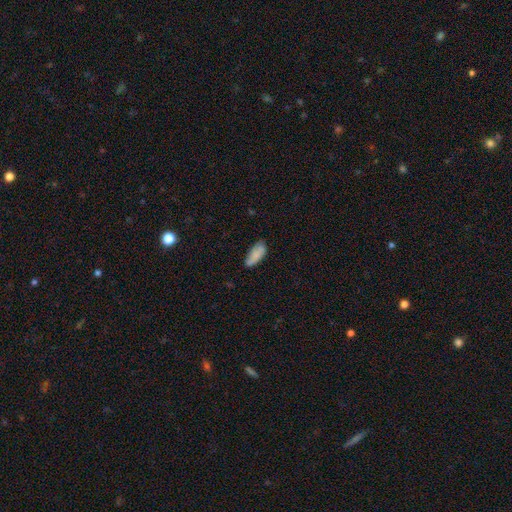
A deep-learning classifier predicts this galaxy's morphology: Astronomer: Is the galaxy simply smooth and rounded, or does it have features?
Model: smooth — 82%.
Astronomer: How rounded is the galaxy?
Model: in between — 83%.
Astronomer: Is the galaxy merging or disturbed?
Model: none — 63%.